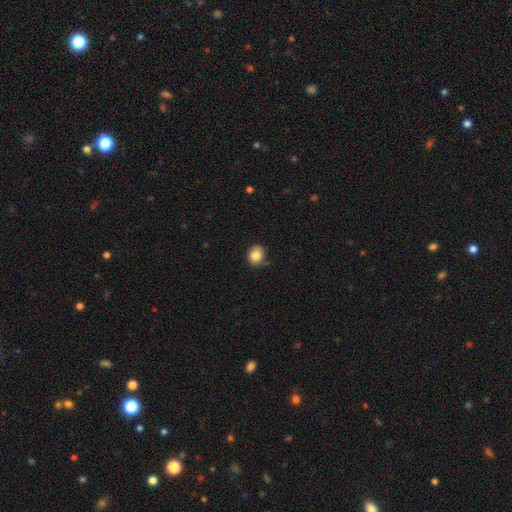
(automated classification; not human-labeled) Smooth or featured?
  - smooth: 81% *
  - featured or disk: 10%
  - star or artifact: 10%
How rounded?
  - round: 67% *
  - in between: 32%
  - cigar-shaped: 1%
Merging?
  - none: 71% *
  - minor disturbance: 22%
  - major disturbance: 4%
  - merger: 2%